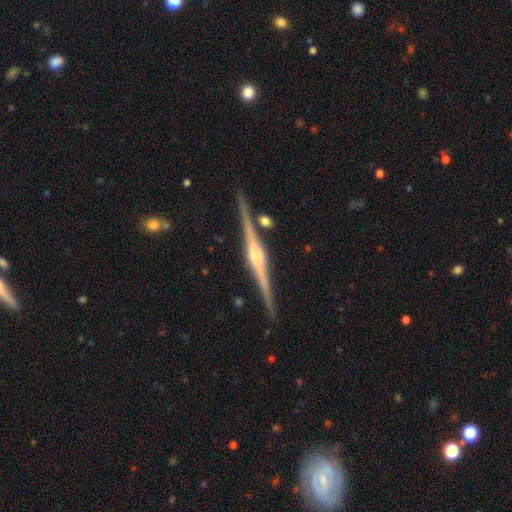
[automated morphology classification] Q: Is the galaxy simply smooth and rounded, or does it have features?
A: featured or disk — 88%.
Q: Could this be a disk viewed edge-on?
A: yes — 99%.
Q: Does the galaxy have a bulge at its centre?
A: rounded — 69%.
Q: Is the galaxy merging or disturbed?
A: none — 89%.